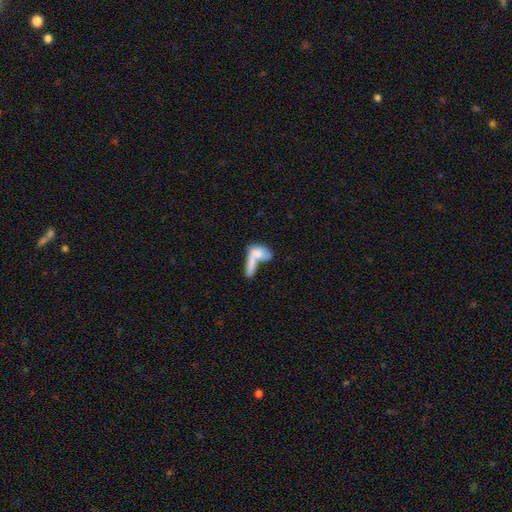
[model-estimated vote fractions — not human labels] Smooth or featured? smooth (68%)
How rounded? in between (78%)
Merging? merger (67%)